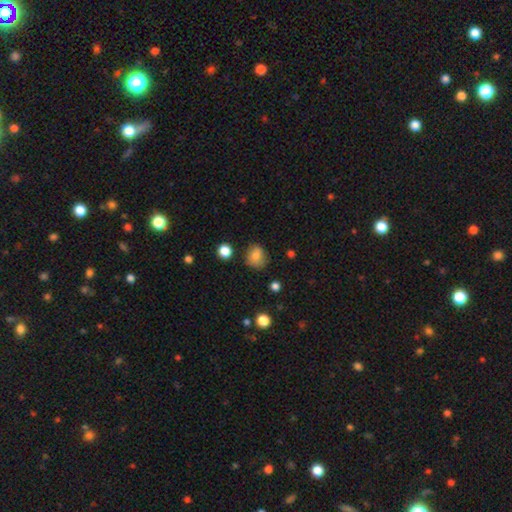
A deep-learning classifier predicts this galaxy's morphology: Smooth or featured?
  - smooth: 81% *
  - star or artifact: 11%
  - featured or disk: 9%
How rounded?
  - round: 68% *
  - in between: 31%
  - cigar-shaped: 1%
Merging?
  - none: 67% *
  - minor disturbance: 24%
  - major disturbance: 7%
  - merger: 2%